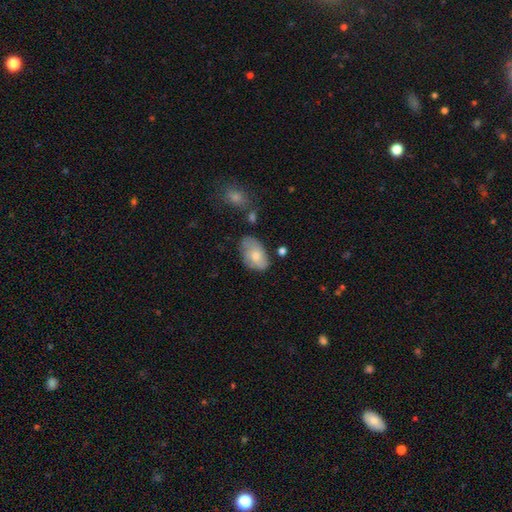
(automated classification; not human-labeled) Morphology: type=smooth (68%); roundness=in between (90%); merging=none (57%).